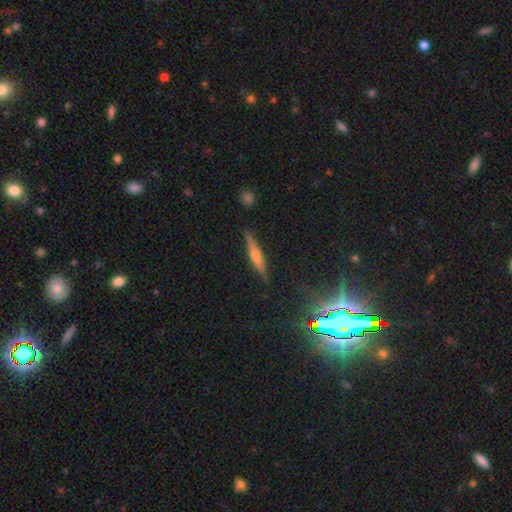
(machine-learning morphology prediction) This appears to be a featured or disk galaxy (60%) viewed edge-on (96%) with a rounded central bulge (79%). Merging: none (87%).